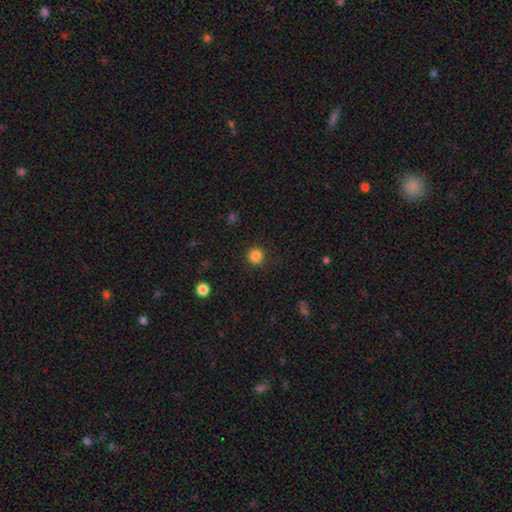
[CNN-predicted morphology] A smooth galaxy with no disk features (85%) that is round (92%).

Vote fractions:
- Smooth or featured? smooth: 85% / star or artifact: 11% / featured or disk: 3%
- How rounded? round: 92% / in between: 7% / cigar-shaped: 1%
- Merging? none: 89% / minor disturbance: 7% / major disturbance: 3% / merger: 1%